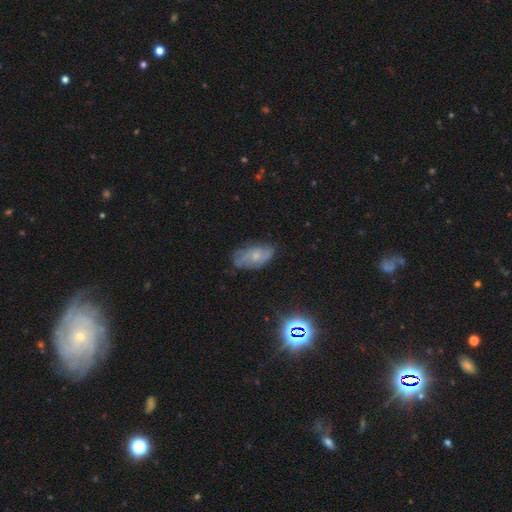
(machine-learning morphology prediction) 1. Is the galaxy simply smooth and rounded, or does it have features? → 56% featured or disk, 32% smooth, 12% star or artifact.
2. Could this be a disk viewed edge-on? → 93% no, 7% yes.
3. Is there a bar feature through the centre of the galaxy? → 74% no, 22% weak, 4% strong.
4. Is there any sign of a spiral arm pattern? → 76% yes, 24% no.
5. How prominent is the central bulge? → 59% small, 31% moderate, 7% none, 2% large, 1% dominant.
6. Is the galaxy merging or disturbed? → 66% none, 25% minor disturbance, 8% major disturbance, 2% merger.